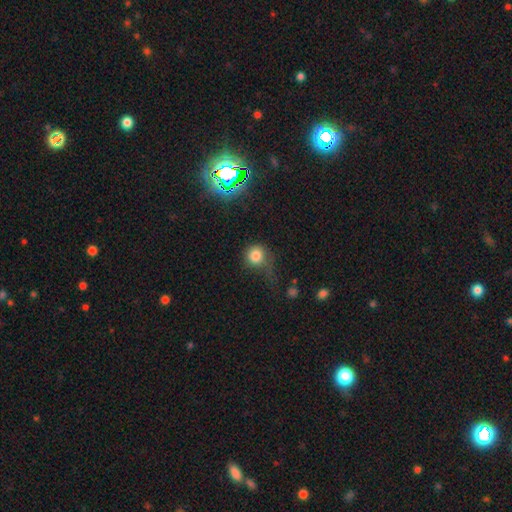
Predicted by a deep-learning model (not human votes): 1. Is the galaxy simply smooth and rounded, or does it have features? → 79% smooth, 13% star or artifact, 8% featured or disk.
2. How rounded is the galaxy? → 87% round, 12% in between, 1% cigar-shaped.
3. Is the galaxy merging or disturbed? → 49% none, 25% minor disturbance, 22% major disturbance, 4% merger.